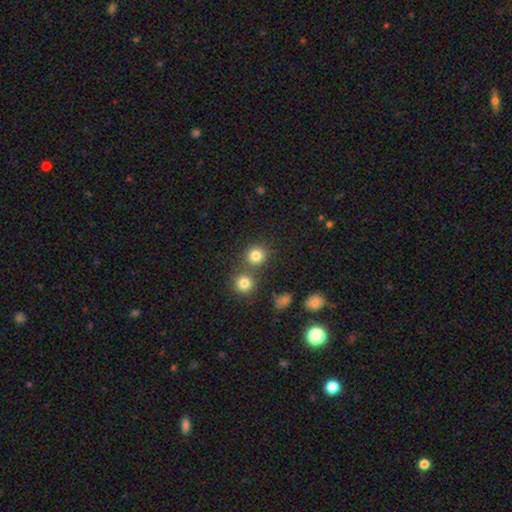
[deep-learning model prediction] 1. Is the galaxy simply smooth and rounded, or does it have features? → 80% smooth, 13% star or artifact, 6% featured or disk.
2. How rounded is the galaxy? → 86% round, 13% in between, 1% cigar-shaped.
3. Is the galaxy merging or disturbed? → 67% none, 22% merger, 8% minor disturbance, 3% major disturbance.